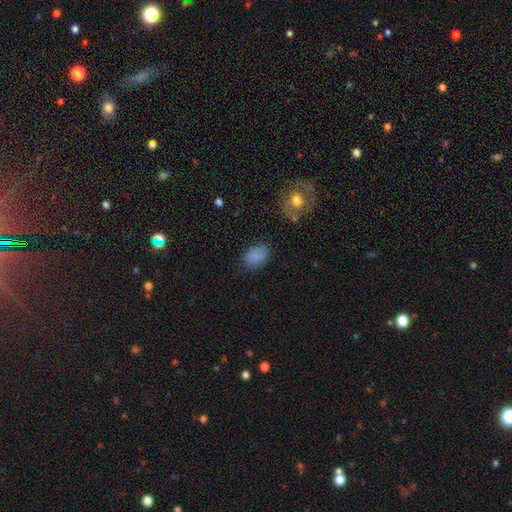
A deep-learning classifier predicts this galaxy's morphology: Smooth or featured: smooth — 85% (star or artifact — 10%)
How rounded: in between — 83% (round — 16%)
Merging: none — 75% (minor disturbance — 18%)